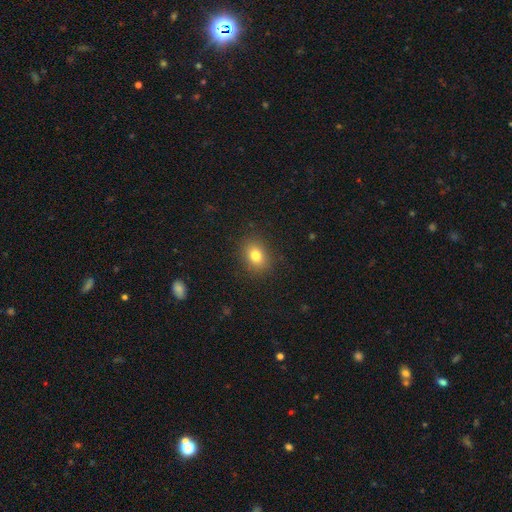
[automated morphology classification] smooth_or_featured: smooth (p=0.80) [alt: star or artifact p=0.11]
how_rounded: in between (p=0.58) [alt: round p=0.41]
merging: none (p=0.87) [alt: minor disturbance p=0.09]